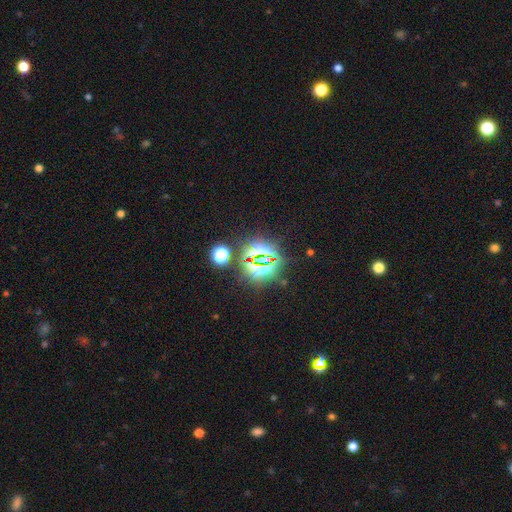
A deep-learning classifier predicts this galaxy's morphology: This is likely a star or artifact rather than a galaxy (77%).